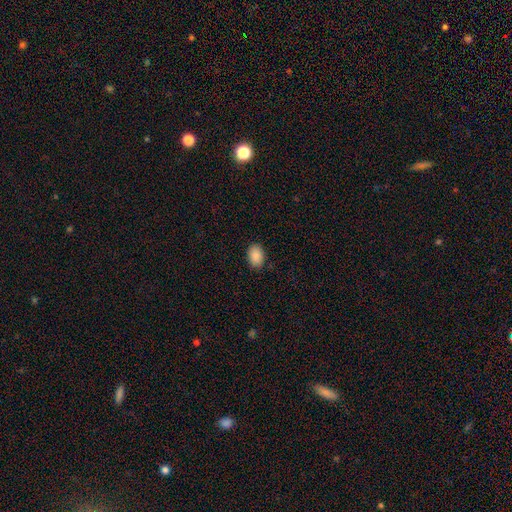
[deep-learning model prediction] smooth-or-featured: smooth: 89% | star or artifact: 7% | featured or disk: 3%
  how-rounded: in between: 85% | round: 14% | cigar-shaped: 1%
  merging: none: 89% | minor disturbance: 8% | major disturbance: 2% | merger: 1%